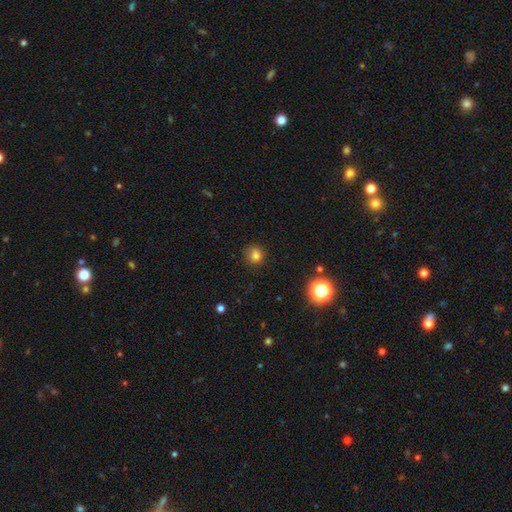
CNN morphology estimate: This appears to be a smooth galaxy with no disk features (76%) that is round (86%). Merging: none (75%).